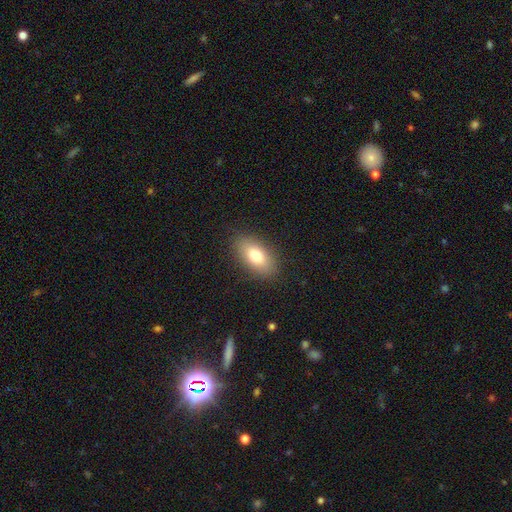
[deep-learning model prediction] A smooth galaxy with no disk features (78%) that is in between round and cigar-shaped (89%).

Vote fractions:
- Smooth or featured? smooth: 78% / featured or disk: 14% / star or artifact: 8%
- How rounded? in between: 89% / cigar-shaped: 6% / round: 5%
- Merging? none: 87% / minor disturbance: 9% / major disturbance: 3% / merger: 1%